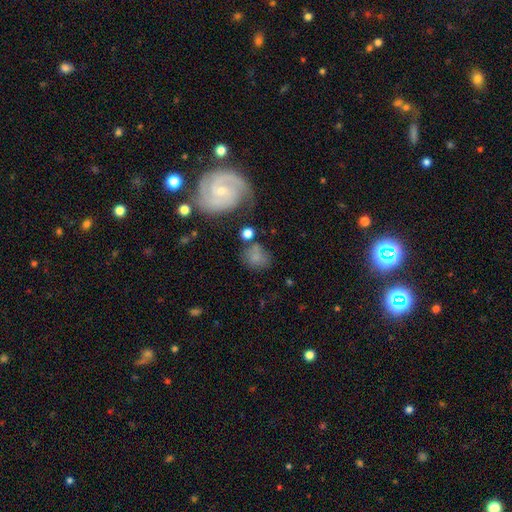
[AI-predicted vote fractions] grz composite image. It shows a smooth galaxy with no disk features (70%) that is round (66%). Merging: none (55%).